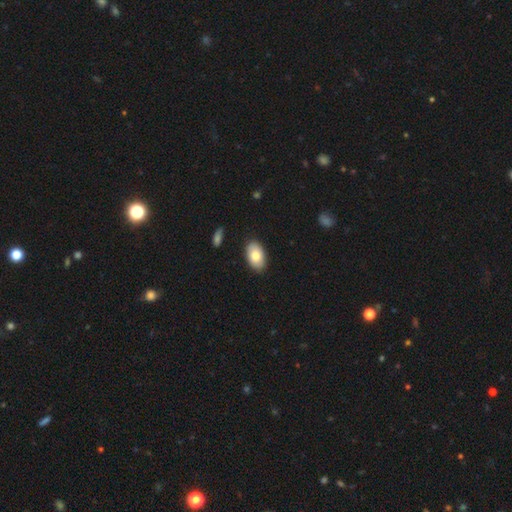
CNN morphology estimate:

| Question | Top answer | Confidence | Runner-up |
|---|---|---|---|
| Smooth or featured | smooth | 79% | featured or disk (15%) |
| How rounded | in between | 93% | round (6%) |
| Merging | none | 87% | minor disturbance (10%) |